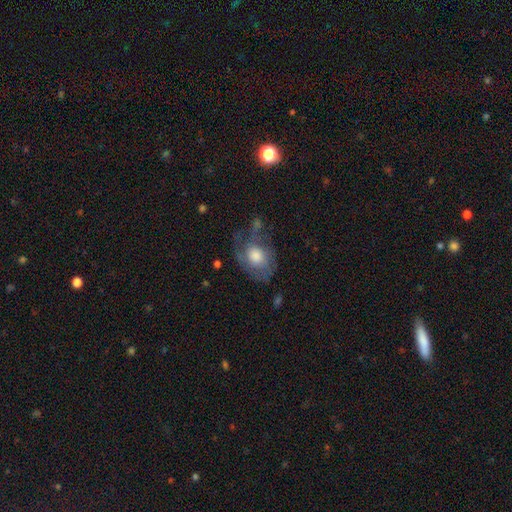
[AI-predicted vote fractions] Smooth or featured: featured or disk — 56% (smooth — 35%)
Edge-on disk: no — 96% (yes — 4%)
Bar: no — 82% (weak — 16%)
Spiral arms: yes — 71% (no — 29%)
Bulge size: moderate — 46% (large — 40%)
Merging: none — 43% (minor disturbance — 28%)